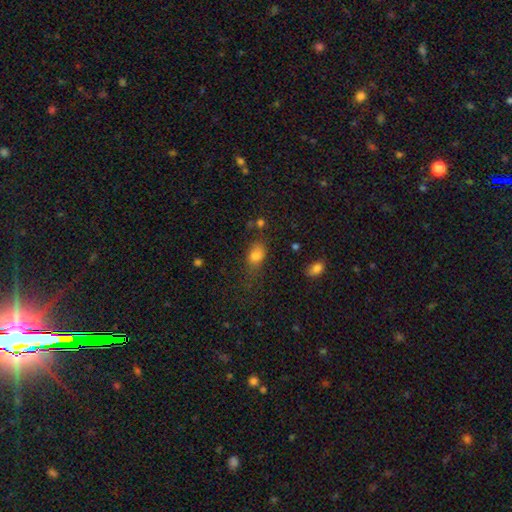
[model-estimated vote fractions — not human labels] The model was most divided on "merging": none: 54%, minor disturbance: 28%, major disturbance: 14%, merger: 5%. More confident: smooth or featured — smooth (81%); how rounded — in between (72%).